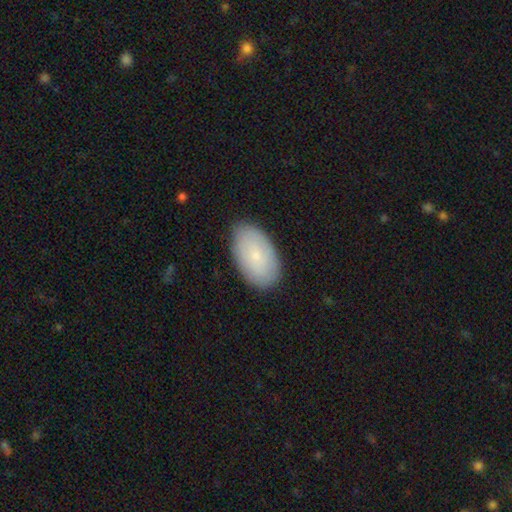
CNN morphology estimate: Smooth or featured? smooth (71%)
How rounded? in between (94%)
Merging? none (85%)